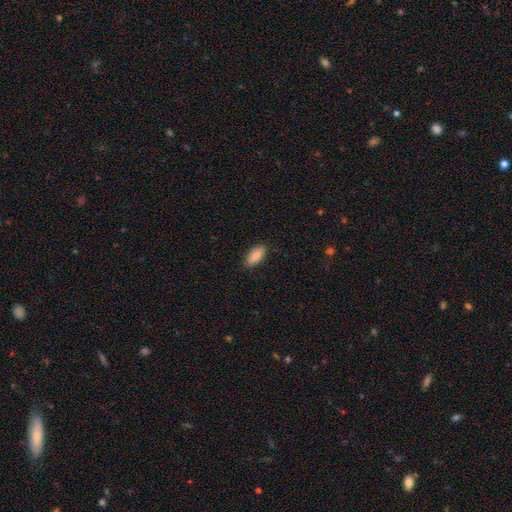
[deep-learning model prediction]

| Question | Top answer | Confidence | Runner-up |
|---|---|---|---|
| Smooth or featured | smooth | 88% | star or artifact (6%) |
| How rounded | in between | 85% | cigar-shaped (13%) |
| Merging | none | 88% | minor disturbance (9%) |